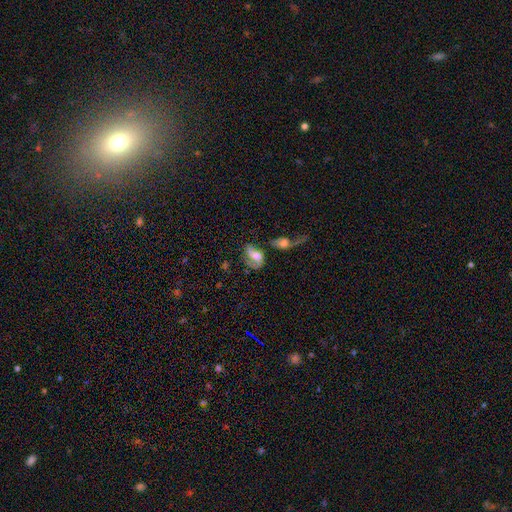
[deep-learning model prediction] Smooth or featured?
  - featured or disk: 64% *
  - smooth: 26%
  - star or artifact: 10%
Edge-on disk?
  - no: 96% *
  - yes: 4%
Bar?
  - no: 53% *
  - weak: 36%
  - strong: 11%
Spiral arms?
  - yes: 83% *
  - no: 17%
Spiral winding?
  - loose: 48% *
  - medium: 38%
  - tight: 15%
Spiral arm count?
  - 2: 68% *
  - 1: 21%
  - can't tell: 7%
  - 3: 2%
  - 4: 1%
  - more than 4: 1%
Bulge size?
  - large: 34% *
  - moderate: 33%
  - none: 16%
  - small: 13%
  - dominant: 5%
Merging?
  - merger: 30% *
  - none: 29%
  - major disturbance: 25%
  - minor disturbance: 16%